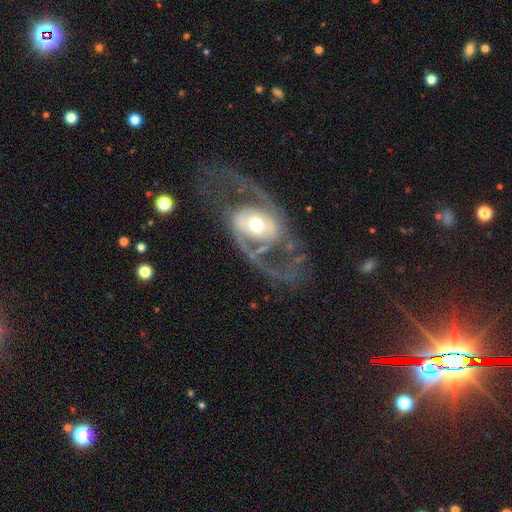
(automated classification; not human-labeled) The model was most divided on "bar": no: 47%, weak: 31%, strong: 22%. More confident: edge-on disk — no (96%); spiral arms — yes (92%); spiral arm count — 2 (92%); smooth or featured — featured or disk (88%); merging — none (73%); bulge size — moderate (63%); spiral winding — medium (54%).